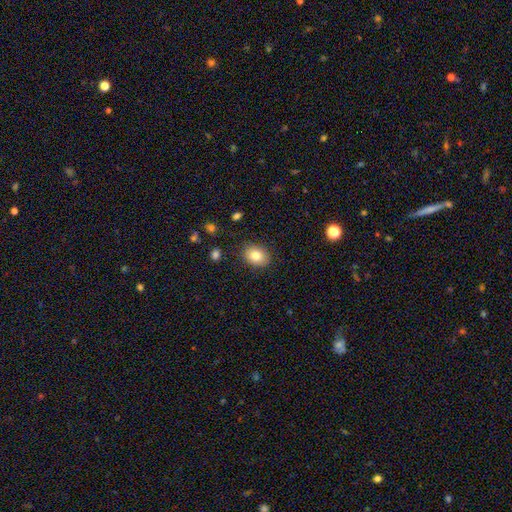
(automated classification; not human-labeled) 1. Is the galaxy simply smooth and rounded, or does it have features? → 82% smooth, 9% featured or disk, 9% star or artifact.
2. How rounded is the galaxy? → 64% in between, 35% round, 1% cigar-shaped.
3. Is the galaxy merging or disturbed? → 86% none, 10% minor disturbance, 3% major disturbance, 1% merger.